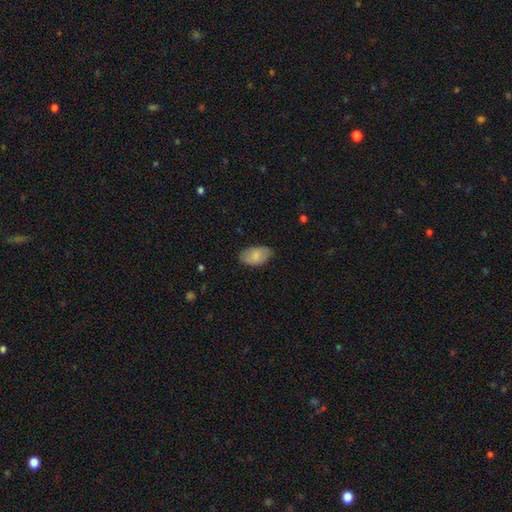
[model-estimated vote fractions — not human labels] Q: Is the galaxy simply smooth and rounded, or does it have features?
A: smooth — 81%.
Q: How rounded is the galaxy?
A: in between — 94%.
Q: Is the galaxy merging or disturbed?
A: none — 79%.